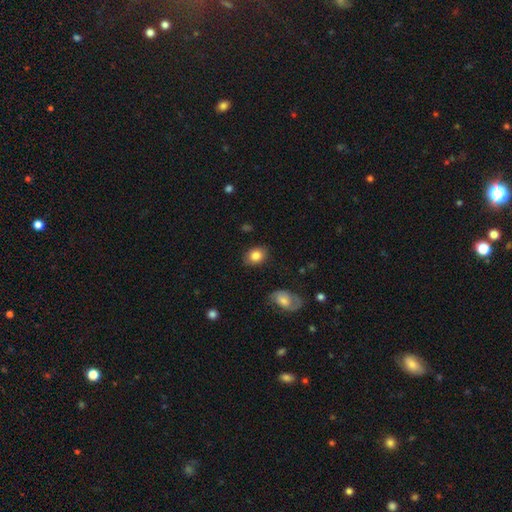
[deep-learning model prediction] A smooth galaxy with no disk features (83%) that is in between round and cigar-shaped (59%).

Vote fractions:
- Smooth or featured? smooth: 83% / featured or disk: 9% / star or artifact: 8%
- How rounded? in between: 59% / round: 40% / cigar-shaped: 1%
- Merging? none: 82% / minor disturbance: 13% / major disturbance: 3% / merger: 2%